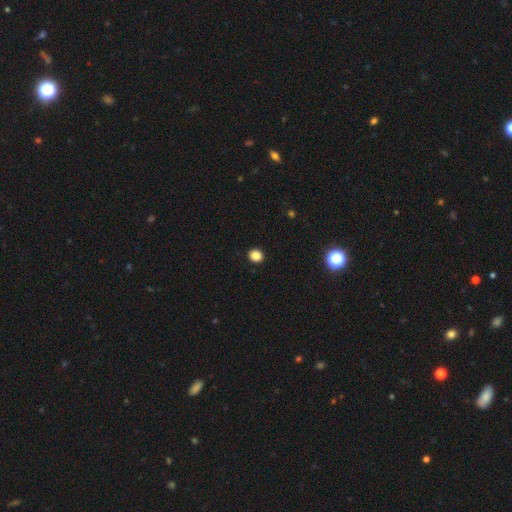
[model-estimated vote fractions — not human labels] This appears to be a smooth galaxy with no disk features (85%) that is round (81%). Merging: none (93%).